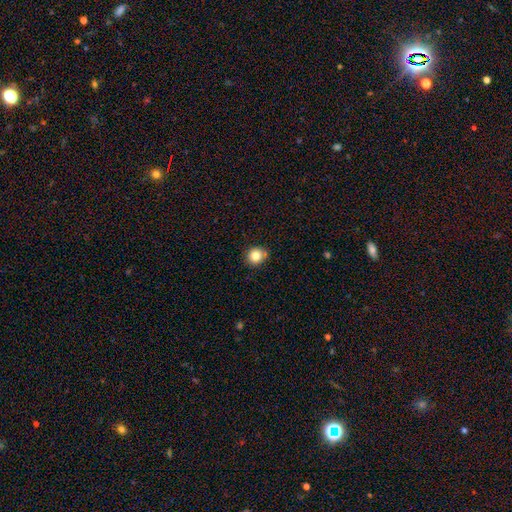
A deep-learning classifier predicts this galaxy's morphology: smooth_or_featured: smooth (p=0.83) [alt: star or artifact p=0.11]
how_rounded: round (p=0.87) [alt: in between p=0.12]
merging: none (p=0.83) [alt: minor disturbance p=0.12]